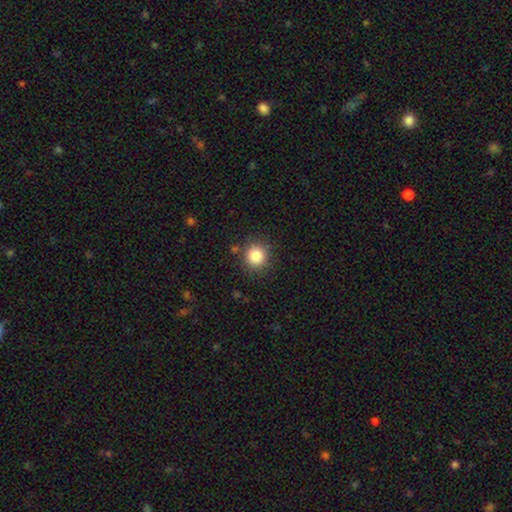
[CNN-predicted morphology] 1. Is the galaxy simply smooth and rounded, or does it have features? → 84% smooth, 11% star or artifact, 5% featured or disk.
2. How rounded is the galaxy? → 91% round, 9% in between, 1% cigar-shaped.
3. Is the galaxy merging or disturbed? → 86% none, 9% minor disturbance, 3% major disturbance, 3% merger.